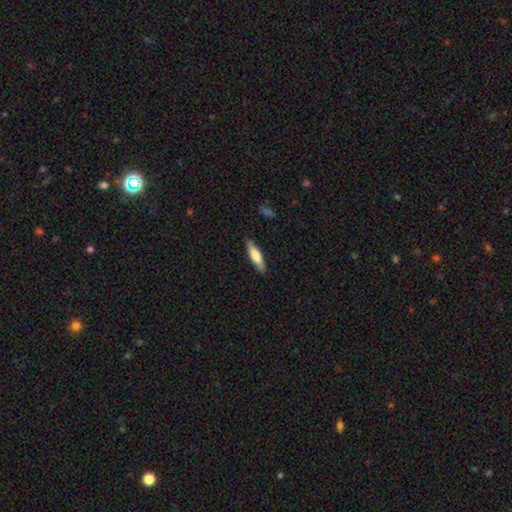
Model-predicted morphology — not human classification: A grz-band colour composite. It shows a smooth galaxy with no disk features (61%) that is cigar-shaped (69%). Merging: none (87%).